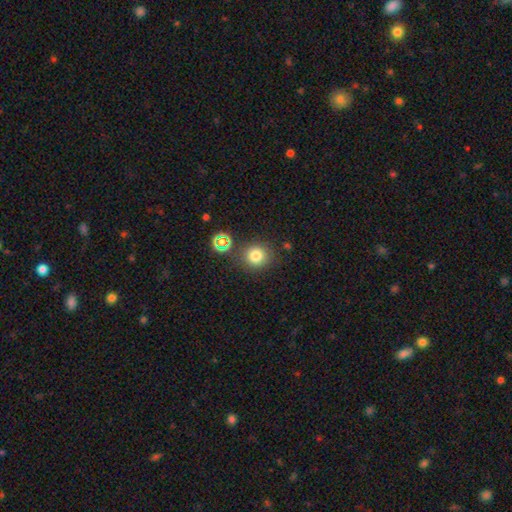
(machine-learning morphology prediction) Smooth or featured? Predicted: smooth (p=0.78). How rounded? Predicted: round (p=0.89). Merging? Predicted: none (p=0.81).